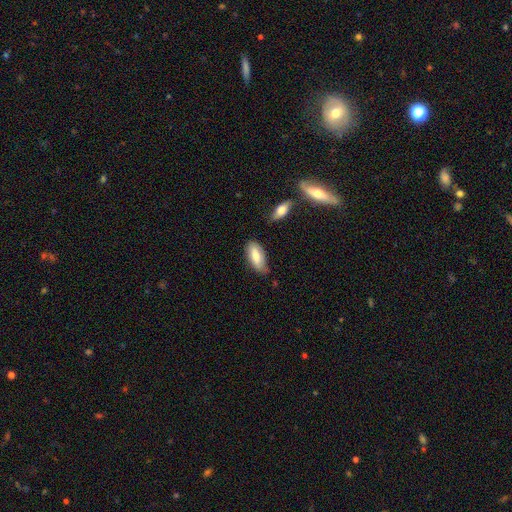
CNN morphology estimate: Overall: smooth (77%). How rounded: in between (84%). Merging: none (67%).